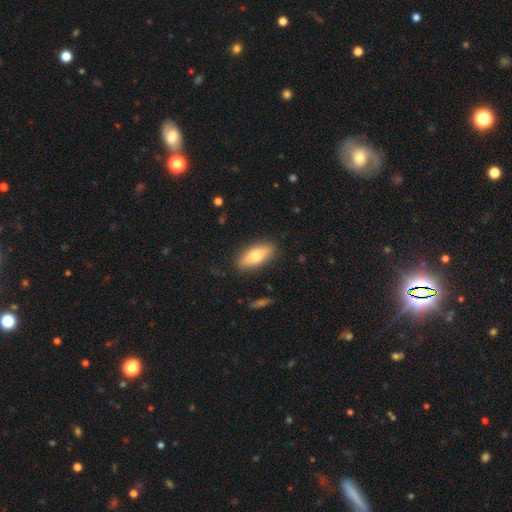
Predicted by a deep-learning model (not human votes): Morphology: type=smooth (73%); roundness=in between (74%); merging=none (86%).